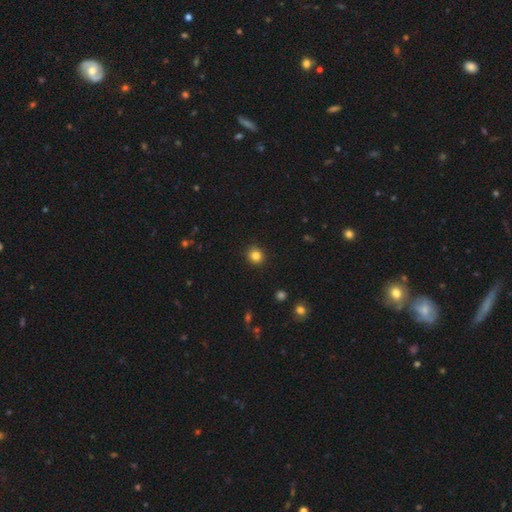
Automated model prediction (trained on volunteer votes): This is clearly a smooth galaxy (84%). How rounded: clearly round (85%). Merging: clearly none (91%).